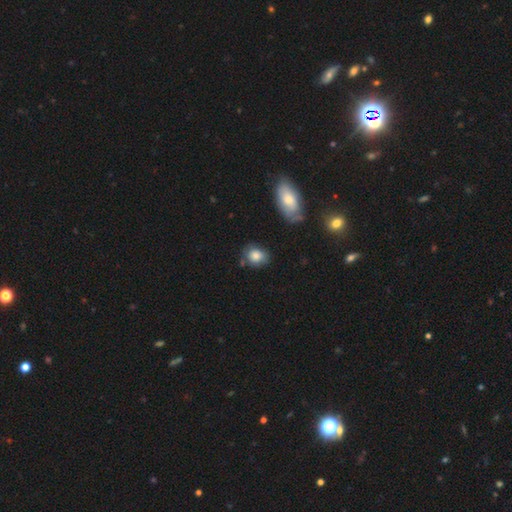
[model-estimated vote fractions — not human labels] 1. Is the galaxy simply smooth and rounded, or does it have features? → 80% smooth, 12% featured or disk, 8% star or artifact.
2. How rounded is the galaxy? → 55% round, 43% in between, 1% cigar-shaped.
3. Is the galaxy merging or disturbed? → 64% none, 24% minor disturbance, 6% major disturbance, 6% merger.